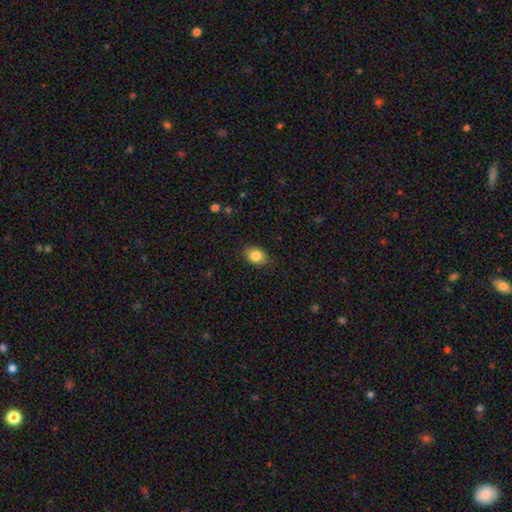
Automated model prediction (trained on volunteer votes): A smooth galaxy with no disk features (84%) that is in between round and cigar-shaped (67%). Merging: none (86%).